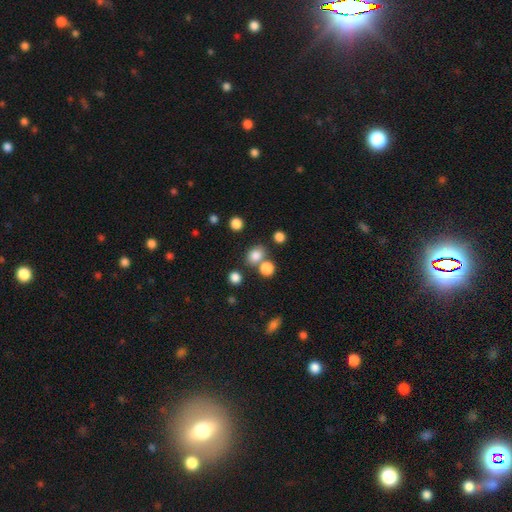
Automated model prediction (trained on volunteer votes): Smooth or featured? smooth (80%)
How rounded? in between (51%)
Merging? none (64%)